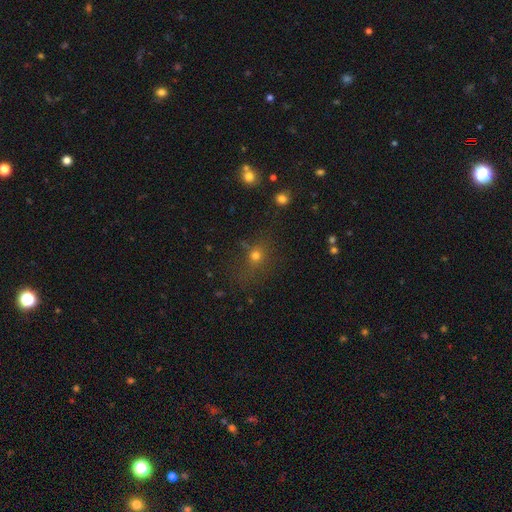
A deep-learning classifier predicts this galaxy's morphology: smooth_or_featured: smooth (p=0.65) [alt: star or artifact p=0.24]
how_rounded: round (p=0.72) [alt: in between p=0.26]
merging: none (p=0.71) [alt: minor disturbance p=0.15]